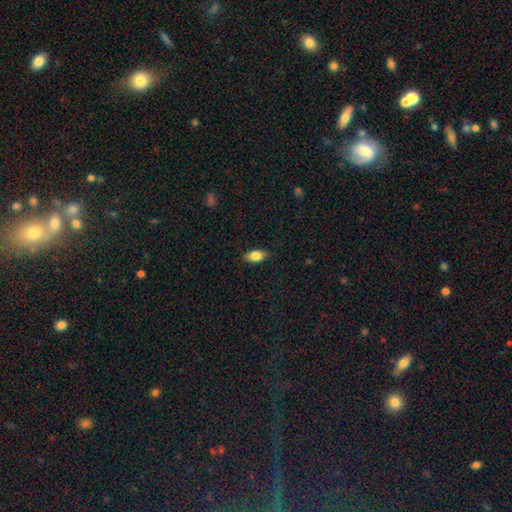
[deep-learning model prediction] Smooth or featured? Predicted: smooth (p=0.82). How rounded? Predicted: in between (p=0.88). Merging? Predicted: none (p=0.87).